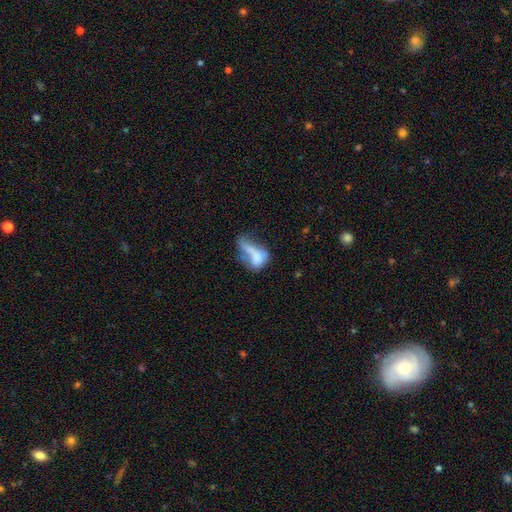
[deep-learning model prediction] Smooth or featured?
  - smooth: 56% *
  - featured or disk: 33%
  - star or artifact: 11%
How rounded?
  - in between: 77% *
  - round: 13%
  - cigar-shaped: 10%
Merging?
  - major disturbance: 35% *
  - merger: 31%
  - none: 18%
  - minor disturbance: 16%